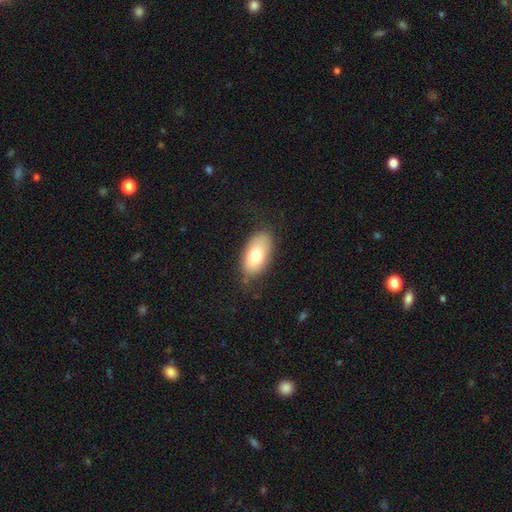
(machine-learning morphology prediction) This appears to be a smooth galaxy with no disk features (76%) that is in between round and cigar-shaped (93%). Merging: none (77%).